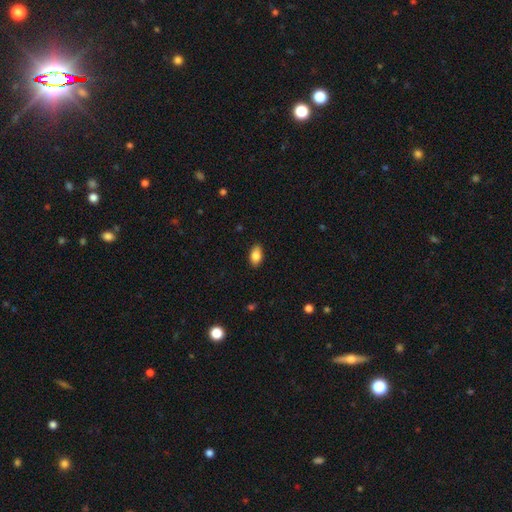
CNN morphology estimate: This is clearly a smooth galaxy (84%). How rounded: clearly in between (92%). Merging: clearly none (88%).